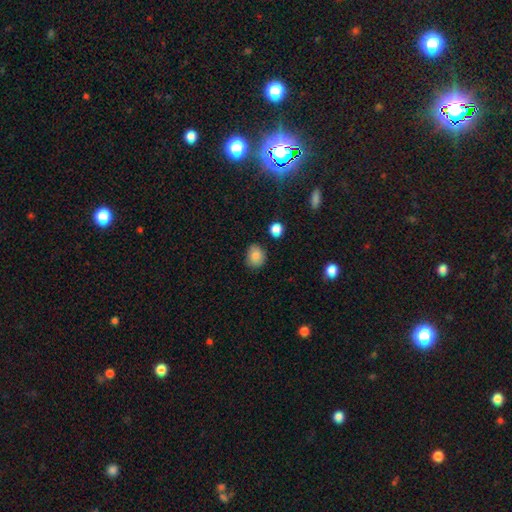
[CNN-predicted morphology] Smooth or featured? smooth (85%)
How rounded? round (66%)
Merging? none (79%)